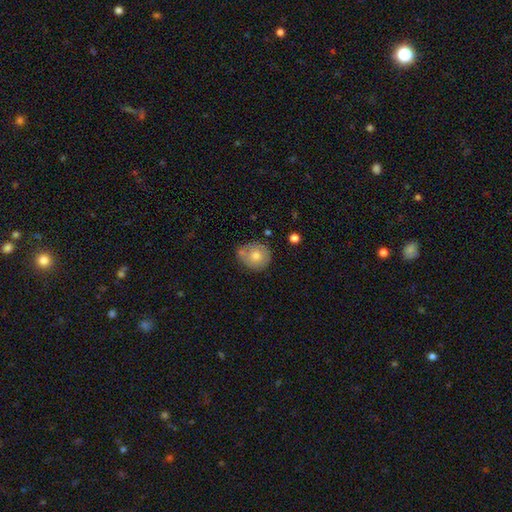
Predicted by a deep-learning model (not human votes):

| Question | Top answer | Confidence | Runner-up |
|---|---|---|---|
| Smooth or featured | smooth | 66% | featured or disk (25%) |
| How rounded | round | 85% | in between (14%) |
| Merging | none | 63% | minor disturbance (21%) |